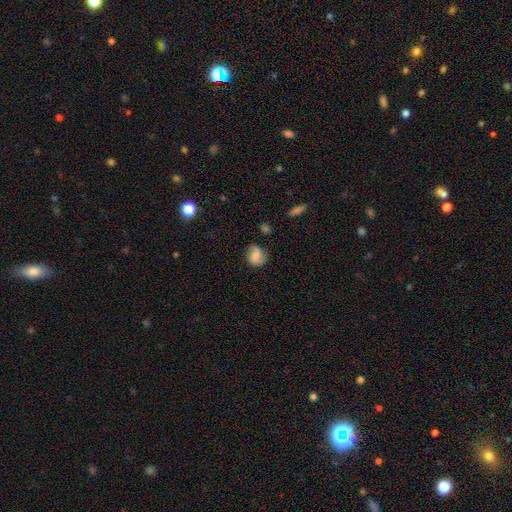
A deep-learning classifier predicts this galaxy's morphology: This is likely a smooth galaxy (67%). How rounded: likely round (68%). Merging: likely none (70%).